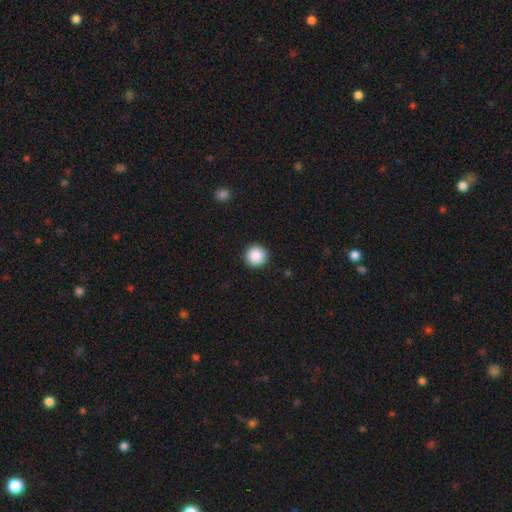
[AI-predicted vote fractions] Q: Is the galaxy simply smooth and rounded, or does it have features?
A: smooth — 88%.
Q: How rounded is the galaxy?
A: round — 96%.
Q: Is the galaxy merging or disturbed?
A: none — 92%.